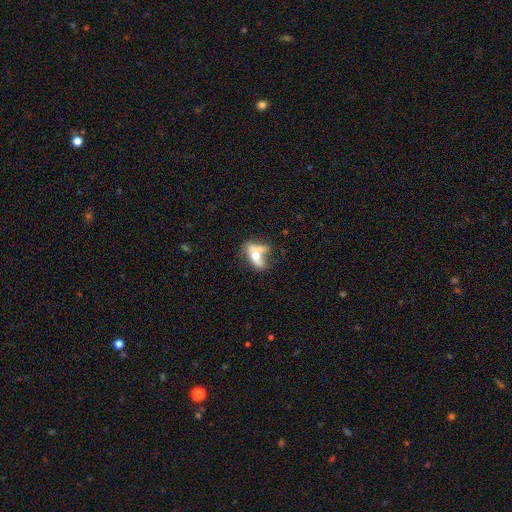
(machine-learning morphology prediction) smooth 50%, featured or disk 41%, star or artifact 8%. Down the decision tree: how rounded — in between (77%); merging — merger (29%, tied with none).